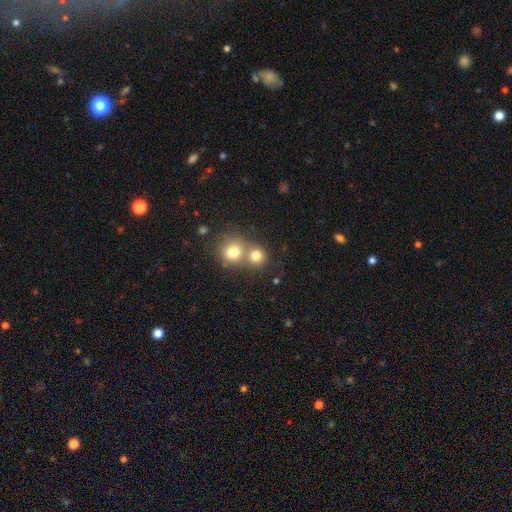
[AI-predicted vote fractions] Smooth or featured?
  - smooth: 78% *
  - star or artifact: 12%
  - featured or disk: 10%
How rounded?
  - round: 86% *
  - in between: 13%
  - cigar-shaped: 1%
Merging?
  - merger: 46% *
  - none: 45%
  - minor disturbance: 6%
  - major disturbance: 3%